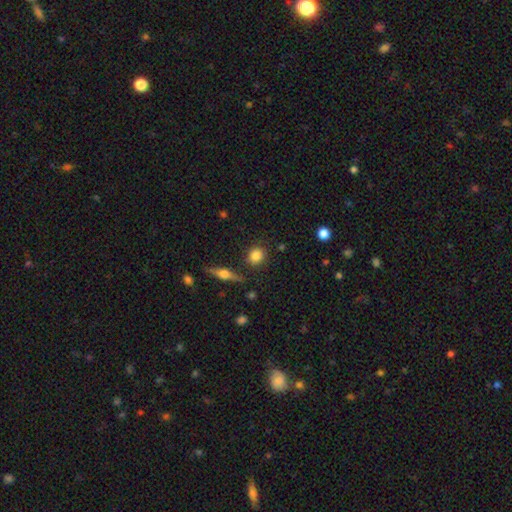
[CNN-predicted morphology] Smooth or featured? Predicted: smooth (p=0.81). How rounded? Predicted: round (p=0.71). Merging? Predicted: none (p=0.83).